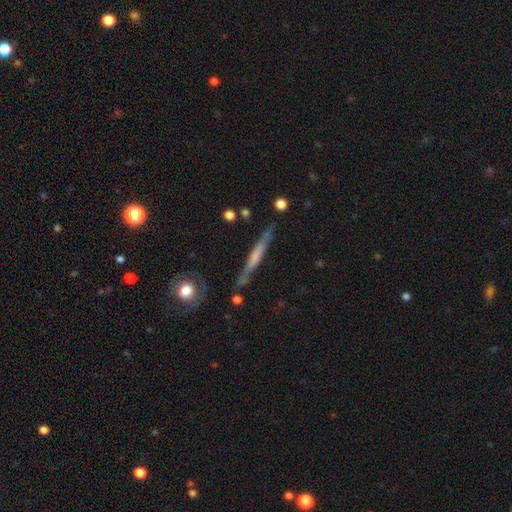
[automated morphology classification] This is possibly a featured or disk galaxy (54%). It is clearly viewed edge-on (93%). Edge-on bulge: likely none (61%). Merging: likely none (77%).